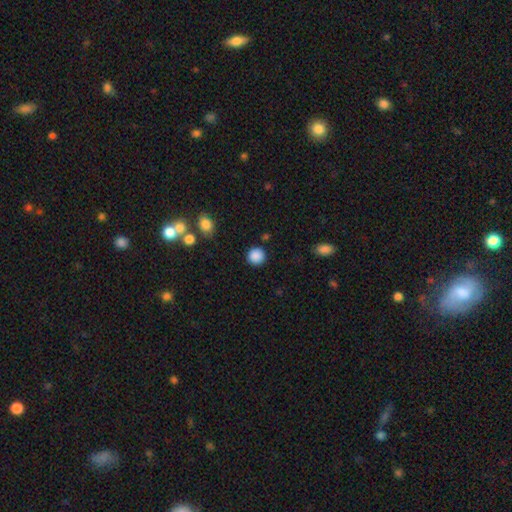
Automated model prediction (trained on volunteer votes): Smooth or featured: smooth — 88% (star or artifact — 9%)
How rounded: round — 93% (in between — 6%)
Merging: none — 89% (minor disturbance — 6%)